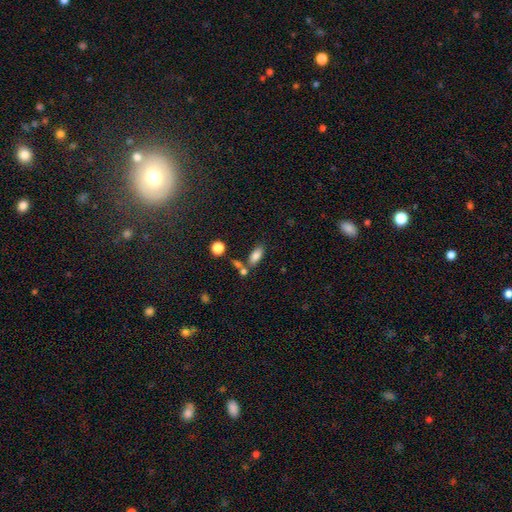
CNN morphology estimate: Smooth or featured? smooth (81%)
How rounded? in between (82%)
Merging? none (64%)